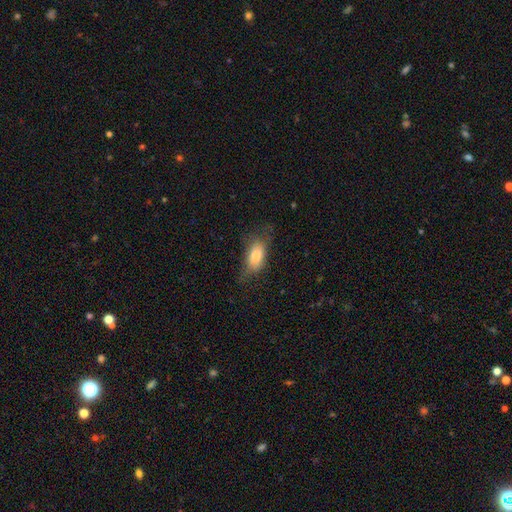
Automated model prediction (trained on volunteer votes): This is likely a smooth galaxy (78%). How rounded: clearly in between (88%). Merging: possibly none (50%).